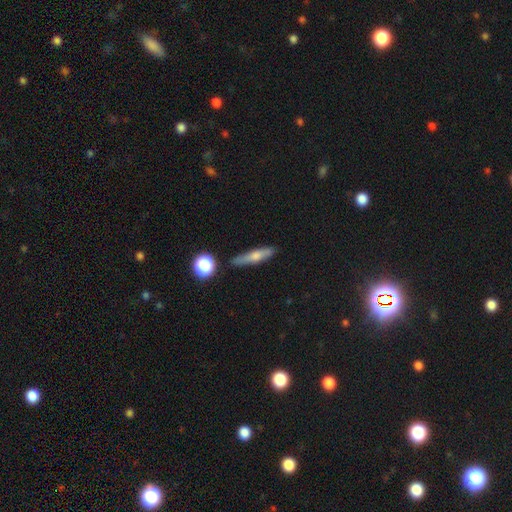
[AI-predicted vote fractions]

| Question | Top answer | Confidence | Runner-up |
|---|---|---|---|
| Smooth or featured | smooth | 49% | featured or disk (41%) |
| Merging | none | 85% | minor disturbance (10%) |